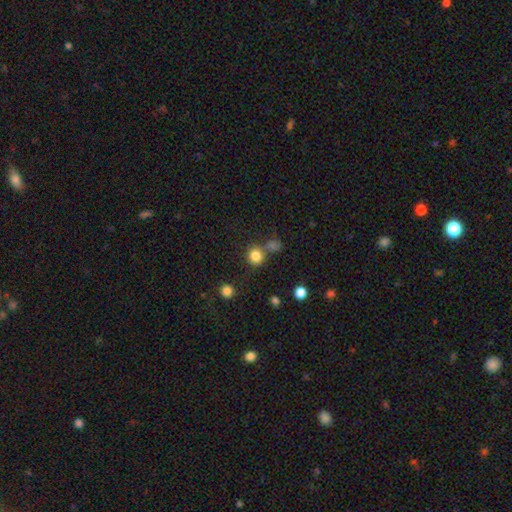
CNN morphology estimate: type=smooth (82%); roundness=round (86%); merging=none (64%).